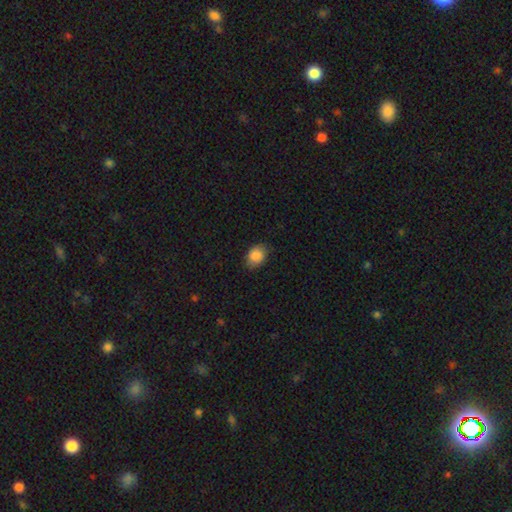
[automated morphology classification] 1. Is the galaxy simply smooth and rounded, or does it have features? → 87% smooth, 8% star or artifact, 5% featured or disk.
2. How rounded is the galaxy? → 62% in between, 37% round, 1% cigar-shaped.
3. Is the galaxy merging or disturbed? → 79% none, 17% minor disturbance, 3% major disturbance, 1% merger.